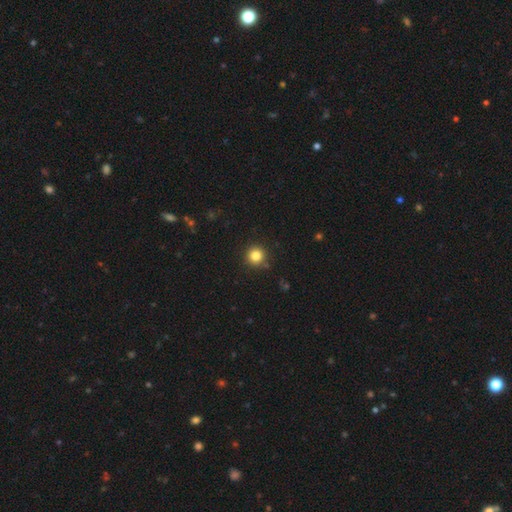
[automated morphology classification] The model was most divided on "smooth or featured": smooth: 83%, star or artifact: 12%, featured or disk: 5%. More confident: how rounded — round (95%); merging — none (89%).